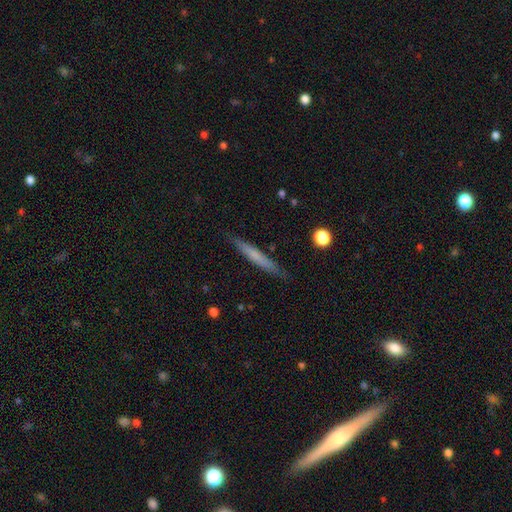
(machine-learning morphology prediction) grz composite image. It shows a smooth galaxy with no disk features (59%) that is cigar-shaped (95%). Merging: none (86%).